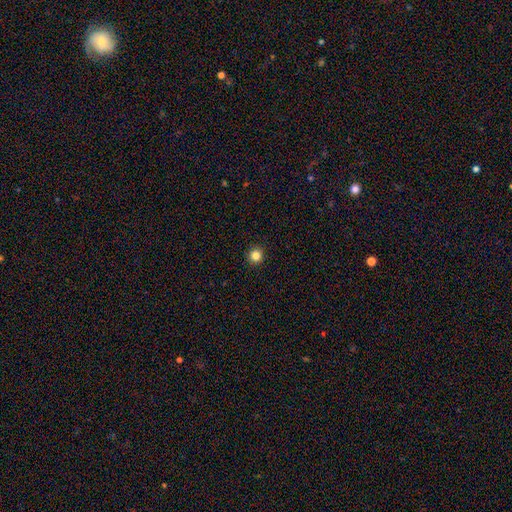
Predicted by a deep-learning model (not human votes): Smooth or featured?
  - smooth: 83% *
  - star or artifact: 12%
  - featured or disk: 5%
How rounded?
  - round: 95% *
  - in between: 4%
  - cigar-shaped: 1%
Merging?
  - none: 93% *
  - minor disturbance: 4%
  - major disturbance: 1%
  - merger: 1%